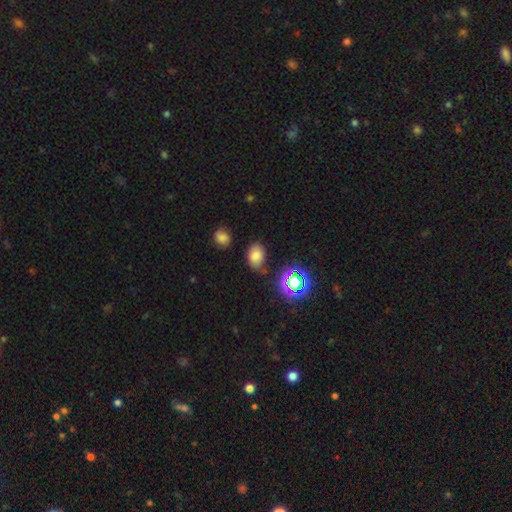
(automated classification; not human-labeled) smooth 73%, star or artifact 19%, featured or disk 9%. Down the decision tree: how rounded — in between (77%); merging — none (65%).